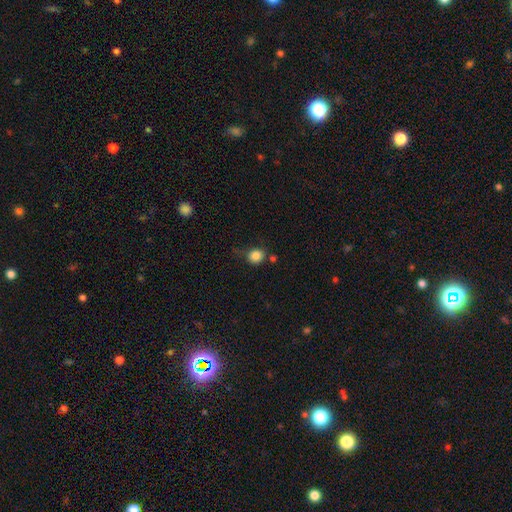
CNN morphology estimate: Smooth or featured? Predicted: smooth (p=0.85). How rounded? Predicted: round (p=0.78). Merging? Predicted: none (p=0.66).